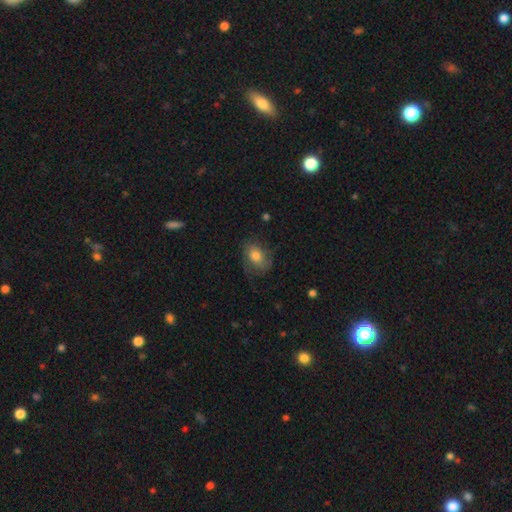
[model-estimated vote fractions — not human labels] This appears to be a smooth galaxy with no disk features (67%) that is in between round and cigar-shaped (74%). Merging: none (61%).